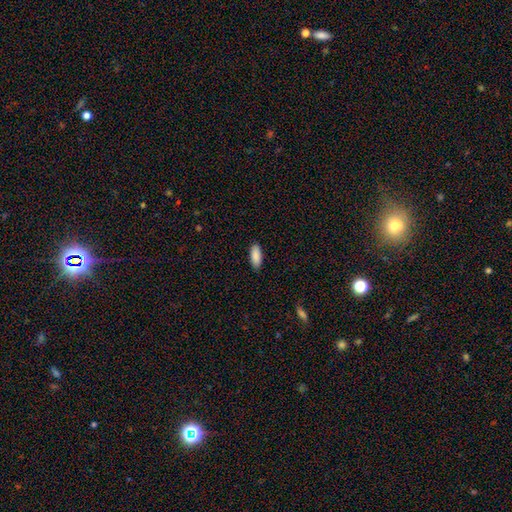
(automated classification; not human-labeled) Smooth or featured: smooth — 90% (star or artifact — 6%)
How rounded: in between — 79% (cigar-shaped — 19%)
Merging: none — 88% (minor disturbance — 9%)